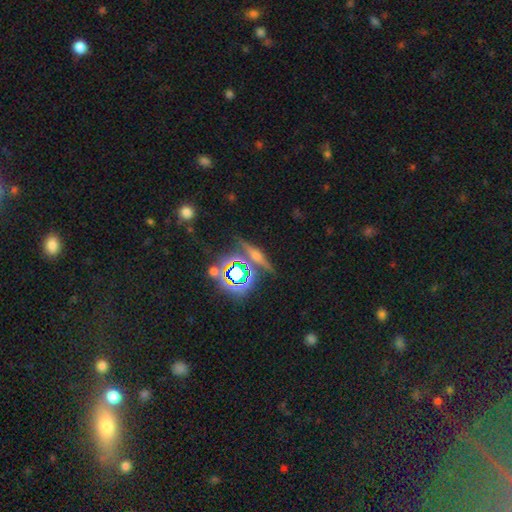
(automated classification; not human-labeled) smooth_or_featured: featured or disk (p=0.38) [alt: star or artifact p=0.35]
merging: none (p=0.80) [alt: minor disturbance p=0.10]